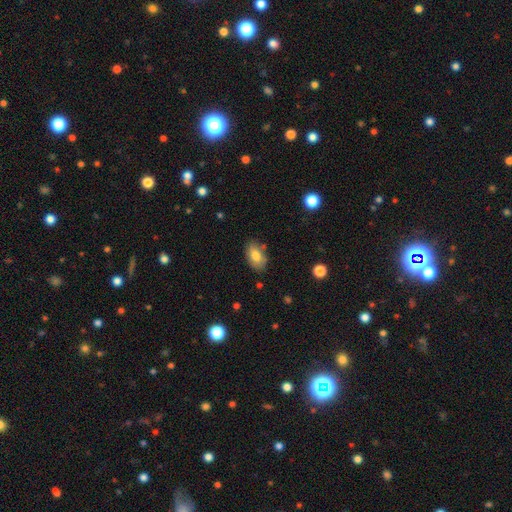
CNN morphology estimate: Smooth or featured: smooth — 80% (featured or disk — 13%)
How rounded: in between — 91% (round — 7%)
Merging: none — 79% (minor disturbance — 15%)